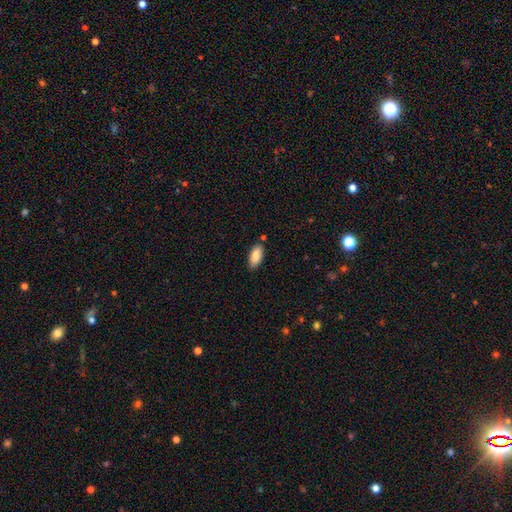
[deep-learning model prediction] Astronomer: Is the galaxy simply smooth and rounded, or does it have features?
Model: smooth — 87%.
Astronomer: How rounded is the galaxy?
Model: in between — 88%.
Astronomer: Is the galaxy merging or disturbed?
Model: none — 82%.